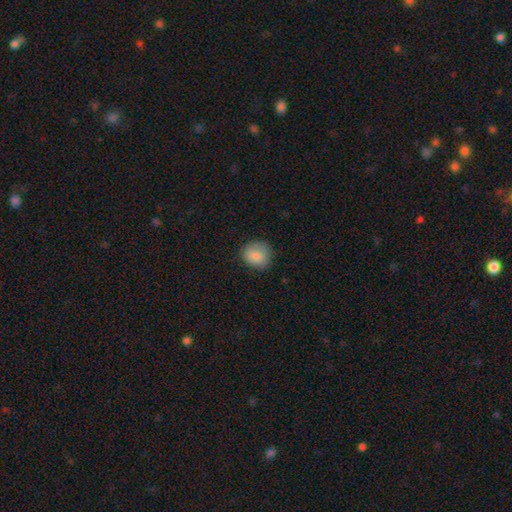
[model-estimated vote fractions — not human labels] A smooth galaxy with no disk features (86%) that is round (73%).

Vote fractions:
- Smooth or featured? smooth: 86% / star or artifact: 8% / featured or disk: 6%
- How rounded? round: 73% / in between: 26% / cigar-shaped: 1%
- Merging? none: 77% / minor disturbance: 17% / major disturbance: 5% / merger: 1%